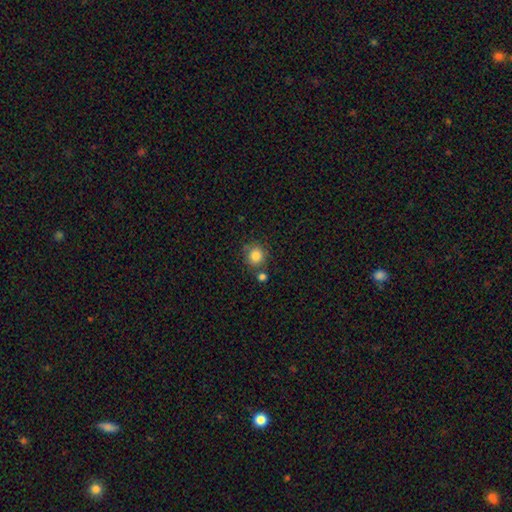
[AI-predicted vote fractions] Smooth or featured?
  - smooth: 84% *
  - star or artifact: 10%
  - featured or disk: 6%
How rounded?
  - round: 88% *
  - in between: 11%
  - cigar-shaped: 1%
Merging?
  - none: 70% *
  - merger: 15%
  - minor disturbance: 11%
  - major disturbance: 3%